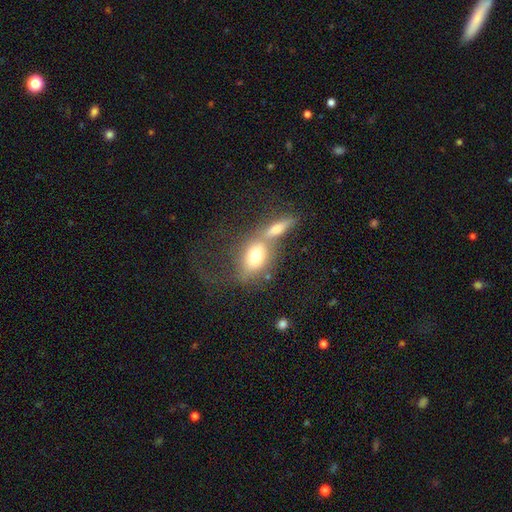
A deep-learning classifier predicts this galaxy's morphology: Overall: smooth (68%). How rounded: in between (73%). Merging: merger (48%; none 32%).